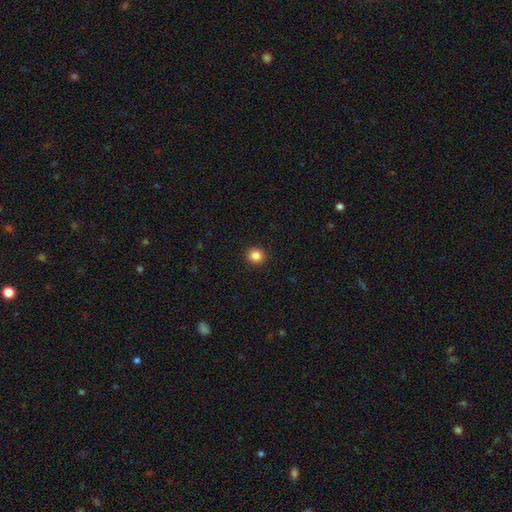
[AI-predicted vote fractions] Smooth or featured: smooth — 85% (star or artifact — 11%)
How rounded: round — 89% (in between — 10%)
Merging: none — 93% (minor disturbance — 5%)